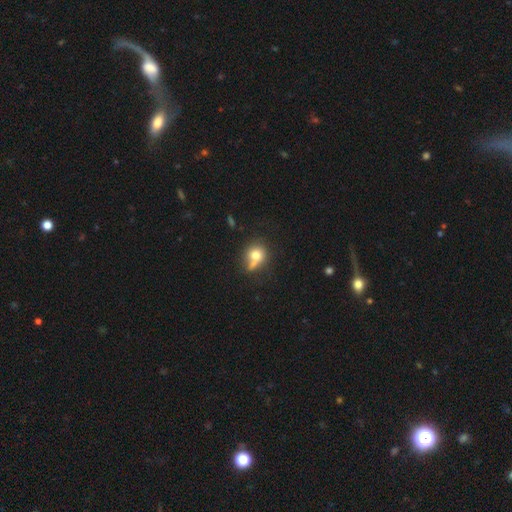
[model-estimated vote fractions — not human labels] A smooth galaxy with no disk features (74%) that is round (75%). Merging: none (44%).